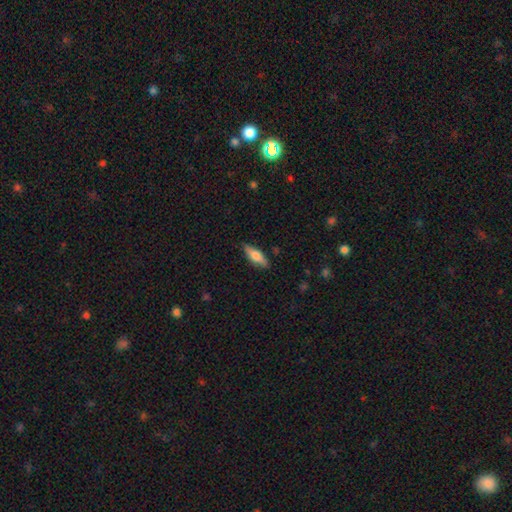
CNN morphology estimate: type=smooth (65%); roundness=in between (49%, tied with cigar-shaped); merging=none (85%).